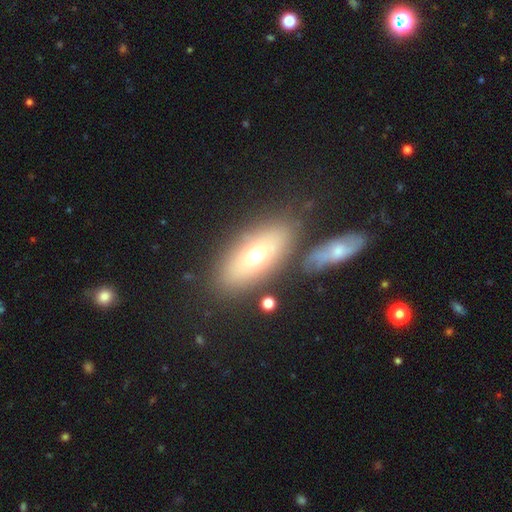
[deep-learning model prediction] Overall: smooth (63%; featured or disk 28%). How rounded: in between (80%). Merging: none (74%).